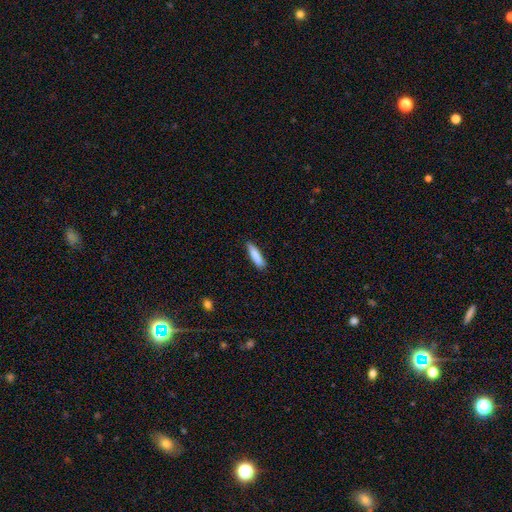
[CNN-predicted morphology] Smooth or featured? smooth (86%)
How rounded? cigar-shaped (75%)
Merging? none (87%)